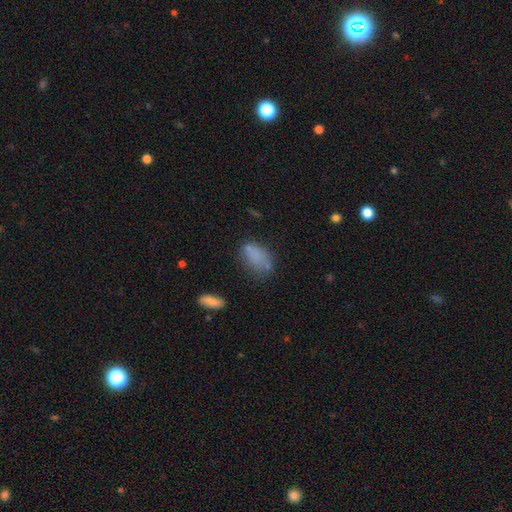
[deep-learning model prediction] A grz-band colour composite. It shows a smooth galaxy with no disk features (72%) that is in between round and cigar-shaped (88%). Merging: none (47%).